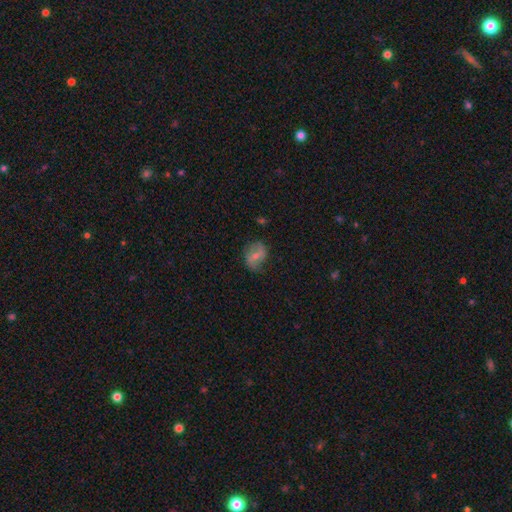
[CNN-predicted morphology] A smooth galaxy with no disk features (50%) that is in between round and cigar-shaped (53%).

Vote fractions:
- Smooth or featured? smooth: 50% / featured or disk: 41% / star or artifact: 8%
- How rounded? in between: 53% / round: 45% / cigar-shaped: 2%
- Merging? none: 66% / minor disturbance: 24% / major disturbance: 9% / merger: 2%